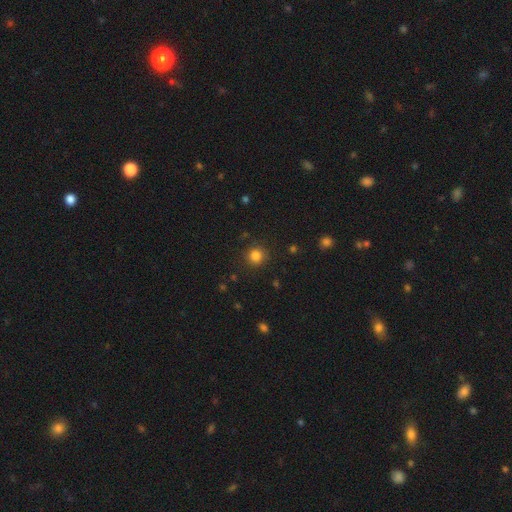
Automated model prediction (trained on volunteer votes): Smooth or featured? Predicted: smooth (p=0.82). How rounded? Predicted: round (p=0.91). Merging? Predicted: none (p=0.87).